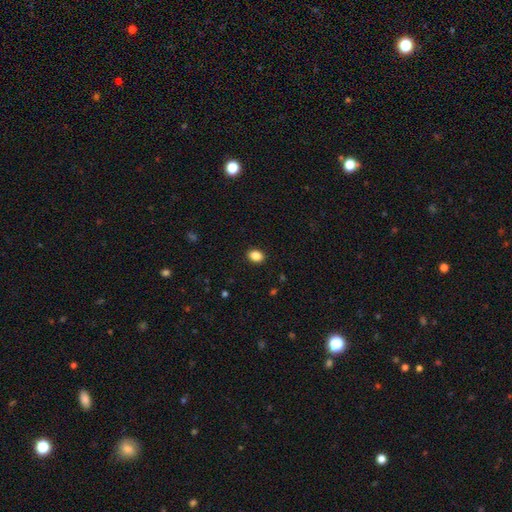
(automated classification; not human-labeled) Smooth or featured: smooth — 87% (star or artifact — 9%)
How rounded: in between — 67% (round — 32%)
Merging: none — 90% (minor disturbance — 7%)